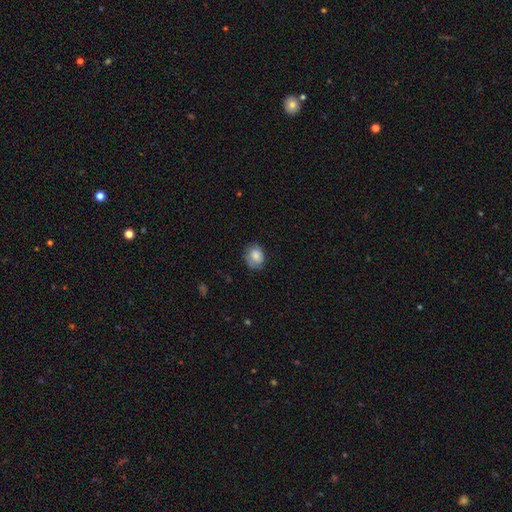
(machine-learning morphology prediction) Overall: smooth (71%). How rounded: in between (53%; round 46%). Merging: none (71%).